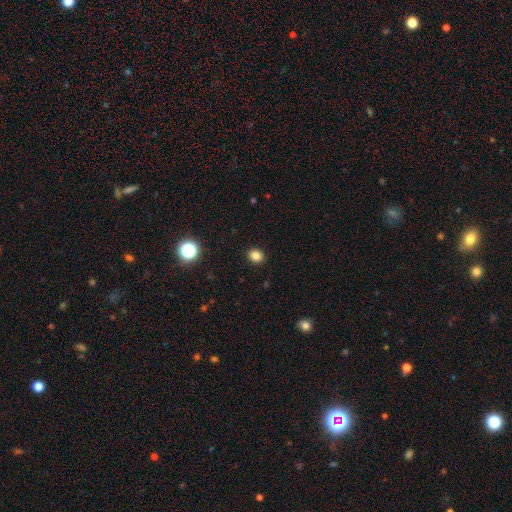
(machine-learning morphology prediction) This is clearly a smooth galaxy (83%). How rounded: possibly round (59%). Merging: clearly none (91%).